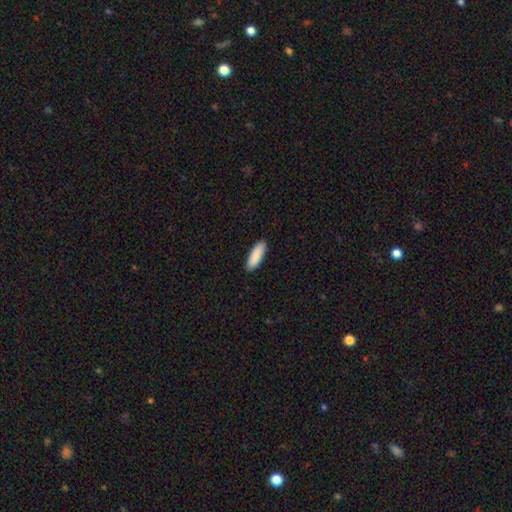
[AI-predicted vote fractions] The model was most divided on "how rounded": in between: 61%, cigar-shaped: 38%, round: 1%. More confident: merging — none (90%); smooth or featured — smooth (90%).